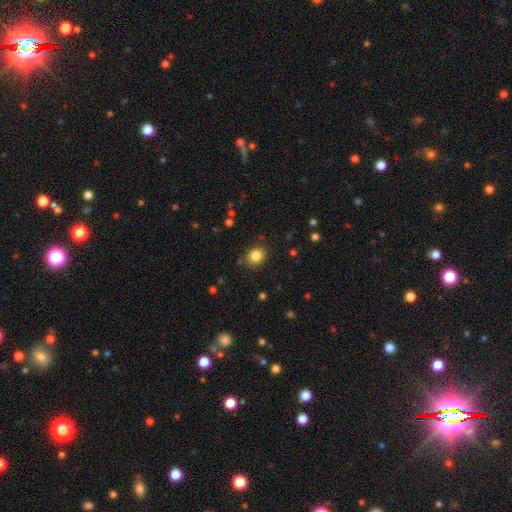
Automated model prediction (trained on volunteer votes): This is clearly a smooth galaxy (84%). How rounded: likely round (68%). Merging: clearly none (85%).